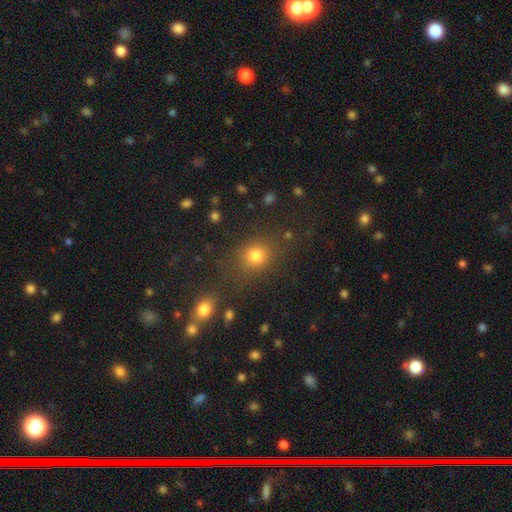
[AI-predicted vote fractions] Morphology: type=smooth (77%); roundness=round (74%); merging=none (79%).